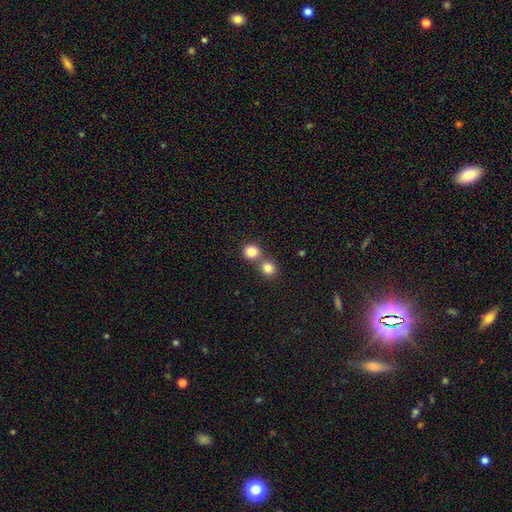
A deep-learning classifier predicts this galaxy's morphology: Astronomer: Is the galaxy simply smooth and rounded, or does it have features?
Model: star or artifact — 45%, tied with smooth at 45%.